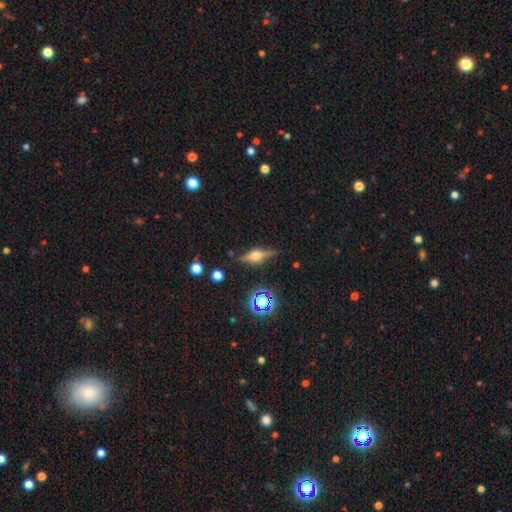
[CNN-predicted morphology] Smooth or featured? featured or disk (64%)
Edge-on disk? yes (94%)
Edge-on bulge? rounded (91%)
Merging? none (80%)